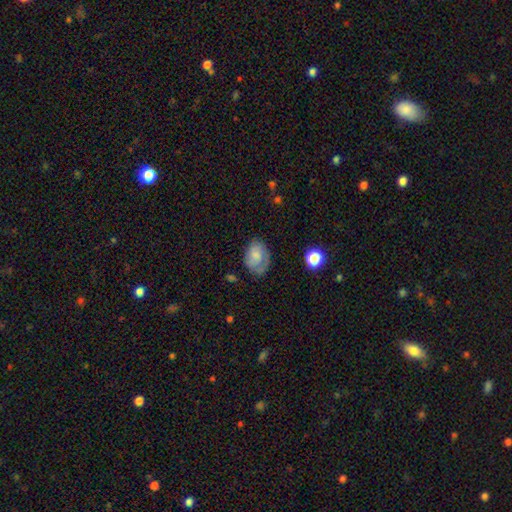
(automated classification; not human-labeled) Smooth or featured: smooth — 56% (featured or disk — 36%)
How rounded: in between — 71% (round — 28%)
Merging: none — 58% (minor disturbance — 27%)